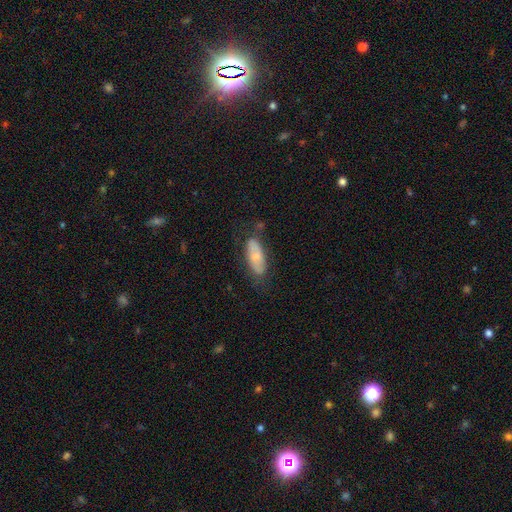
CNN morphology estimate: Q: Smooth or featured?
A: smooth (58%); runner-up: featured or disk (36%)
Q: How rounded?
A: in between (76%); runner-up: cigar-shaped (22%)
Q: Merging?
A: none (70%); runner-up: minor disturbance (21%)